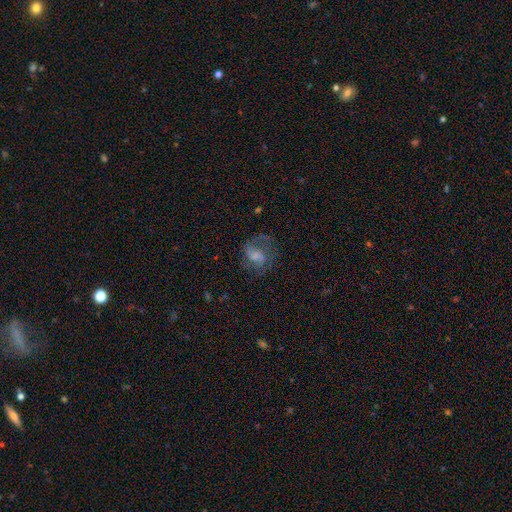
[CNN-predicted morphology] featured or disk 55%, smooth 31%, star or artifact 14%. Down the decision tree: edge-on disk — no (97%); bar — no (44%); spiral arms — yes (78%); bulge size — moderate (30%); merging — none (56%).